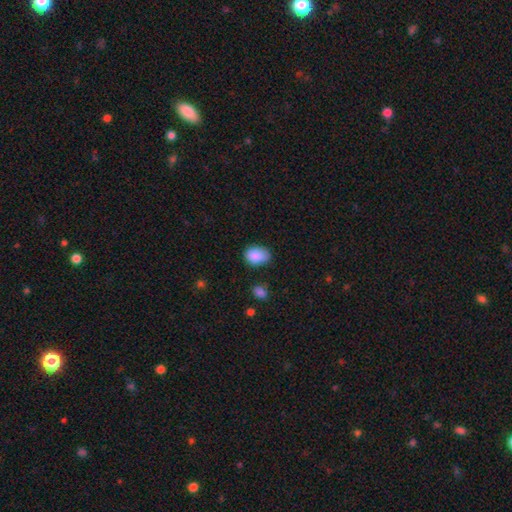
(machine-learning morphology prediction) The model was most divided on "merging": none: 63%, minor disturbance: 29%, major disturbance: 5%, merger: 3%. More confident: smooth or featured — smooth (87%); how rounded — in between (77%).